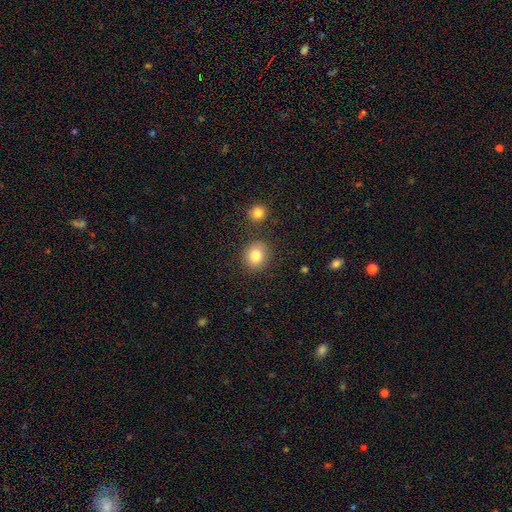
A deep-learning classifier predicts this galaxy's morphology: A smooth galaxy with no disk features (83%) that is round (74%).

Vote fractions:
- Smooth or featured? smooth: 83% / star or artifact: 10% / featured or disk: 7%
- How rounded? round: 74% / in between: 25% / cigar-shaped: 1%
- Merging? none: 83% / minor disturbance: 9% / merger: 5% / major disturbance: 3%